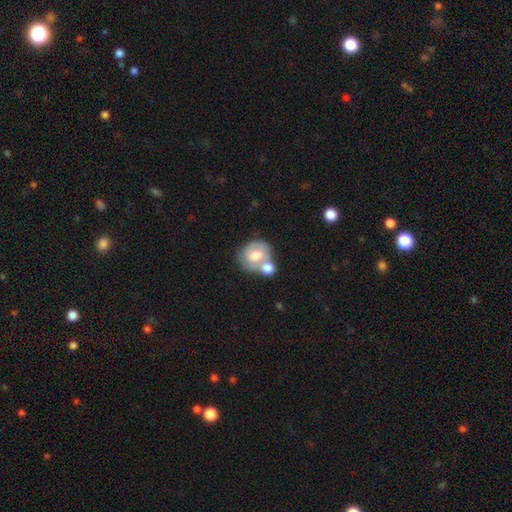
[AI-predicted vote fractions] Overall: smooth (50%; featured or disk 43%). How rounded: round (68%; in between 31%). Merging: merger (50%; none 31%).